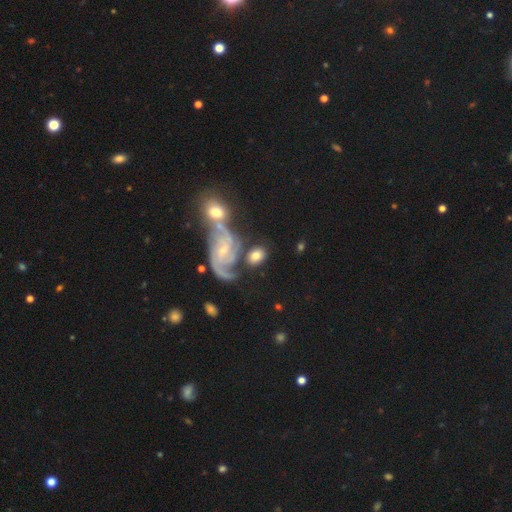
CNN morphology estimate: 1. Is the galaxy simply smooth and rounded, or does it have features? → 52% smooth, 41% featured or disk, 7% star or artifact.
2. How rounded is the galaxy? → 73% in between, 26% round, 2% cigar-shaped.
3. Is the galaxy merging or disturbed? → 54% none, 21% merger, 16% minor disturbance, 9% major disturbance.